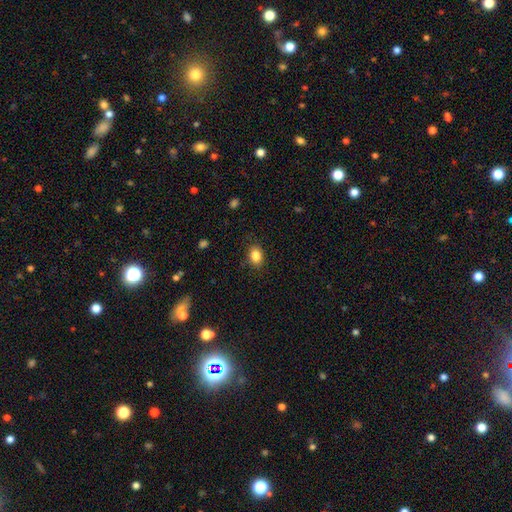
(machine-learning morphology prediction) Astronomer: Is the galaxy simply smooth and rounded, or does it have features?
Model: smooth — 85%.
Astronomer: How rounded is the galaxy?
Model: in between — 69%.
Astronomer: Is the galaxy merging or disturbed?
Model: none — 84%.